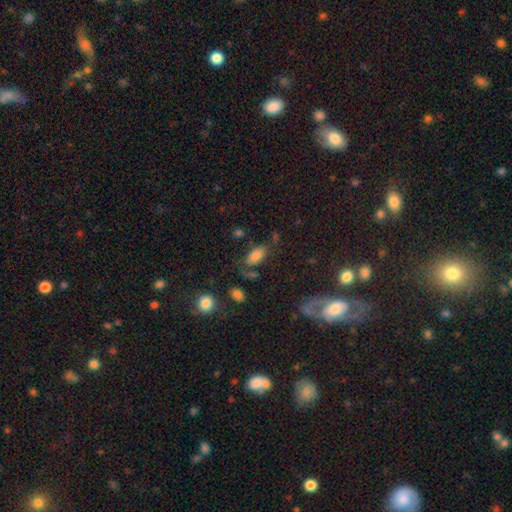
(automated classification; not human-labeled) smooth_or_featured: smooth (p=0.76) [alt: featured or disk p=0.13]
how_rounded: in between (p=0.90) [alt: cigar-shaped p=0.05]
merging: none (p=0.61) [alt: minor disturbance p=0.20]